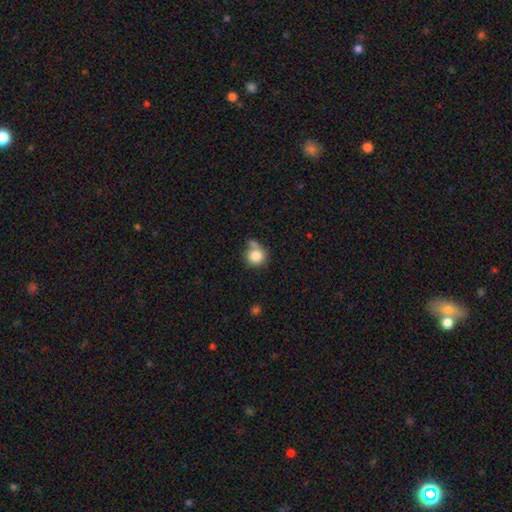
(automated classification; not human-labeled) This is clearly a smooth galaxy (83%). How rounded: clearly round (89%). Merging: possibly none (51%).